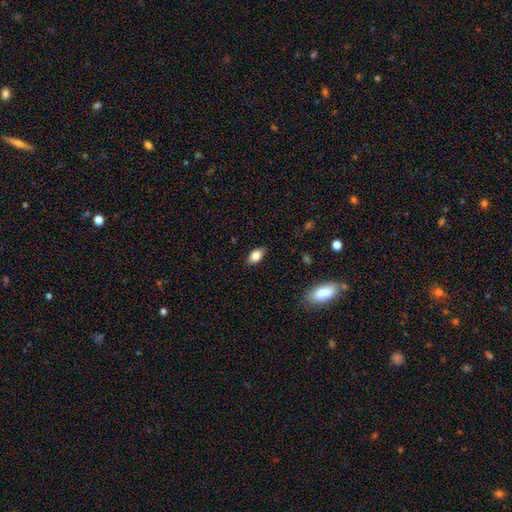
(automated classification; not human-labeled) A smooth galaxy with no disk features (77%) that is in between round and cigar-shaped (87%).

Vote fractions:
- Smooth or featured? smooth: 77% / featured or disk: 15% / star or artifact: 8%
- How rounded? in between: 87% / round: 7% / cigar-shaped: 6%
- Merging? none: 85% / minor disturbance: 11% / major disturbance: 2% / merger: 1%